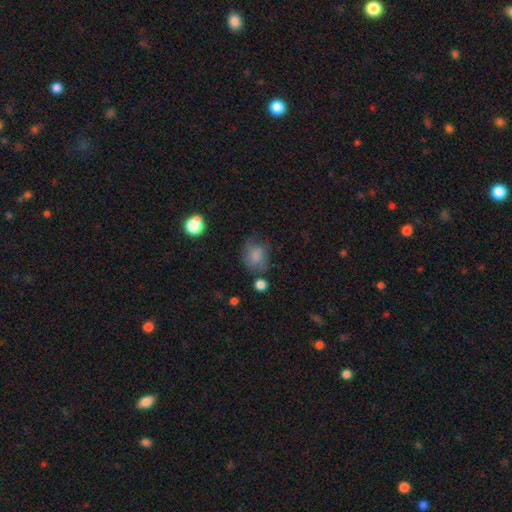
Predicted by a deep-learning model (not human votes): Smooth or featured? Predicted: smooth (p=0.73). How rounded? Predicted: round (p=0.55). Merging? Predicted: none (p=0.47).